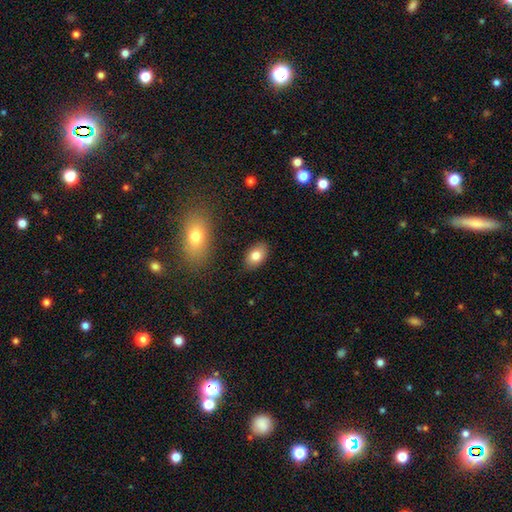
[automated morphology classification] smooth_or_featured: smooth (p=0.81) [alt: featured or disk p=0.12]
how_rounded: in between (p=0.89) [alt: round p=0.09]
merging: none (p=0.86) [alt: minor disturbance p=0.09]